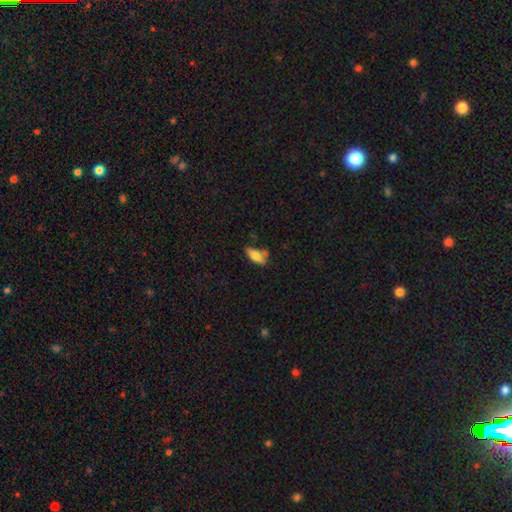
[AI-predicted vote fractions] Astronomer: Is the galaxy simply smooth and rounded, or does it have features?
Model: smooth — 77%.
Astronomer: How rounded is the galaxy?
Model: in between — 75%.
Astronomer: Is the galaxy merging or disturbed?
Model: none — 52% (runner-up: minor disturbance, 27%).